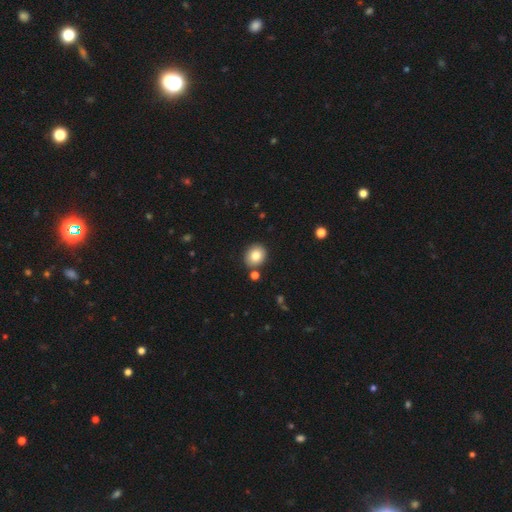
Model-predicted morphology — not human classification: Smooth or featured? smooth (81%)
How rounded? round (73%)
Merging? none (85%)